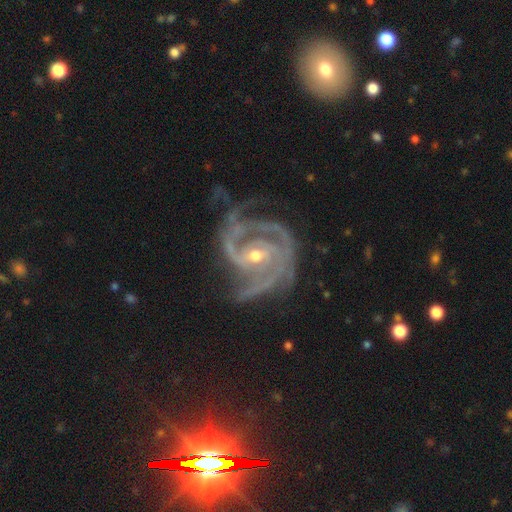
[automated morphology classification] The model was most divided on "spiral arm count": 3: 34%, 2: 29%, can't tell: 14%, 4: 10%, 1: 6%, more than 4: 6%. Remaining: spiral arms — yes (98%); edge-on disk — no (98%); smooth or featured — featured or disk (92%); bulge size — moderate (52%); spiral winding — tight (51%); merging — none (48%); bar — no (43%).